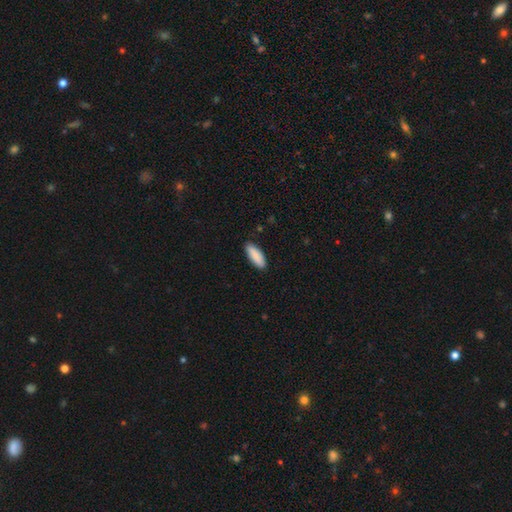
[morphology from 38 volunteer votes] Volunteers were most divided on "how rounded": in between: 77%, cigar-shaped: 23%, round: 0%. More confident: smooth or featured — smooth (92%); merging — none (92%).